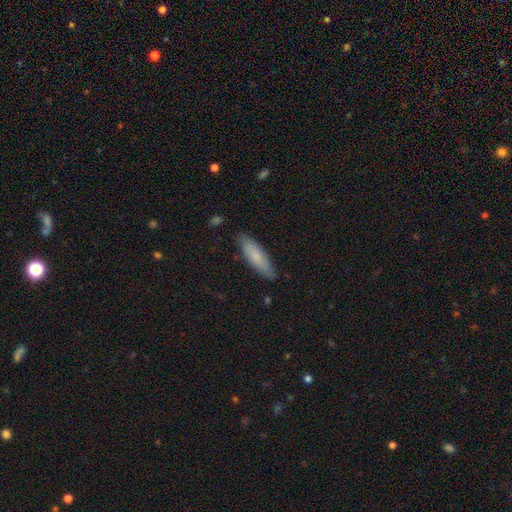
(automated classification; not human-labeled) Smooth or featured?
  - smooth: 76% *
  - featured or disk: 18%
  - star or artifact: 6%
How rounded?
  - cigar-shaped: 59% *
  - in between: 40%
  - round: 1%
Merging?
  - none: 83% *
  - minor disturbance: 14%
  - major disturbance: 2%
  - merger: 1%